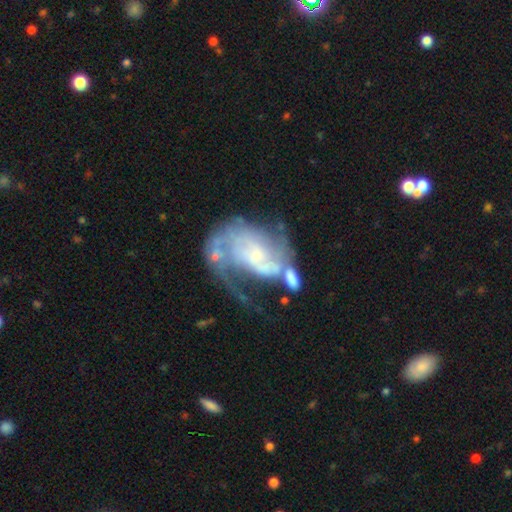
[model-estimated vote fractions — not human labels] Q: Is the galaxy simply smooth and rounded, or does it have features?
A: featured or disk — 82%.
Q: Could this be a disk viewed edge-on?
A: no — 98%.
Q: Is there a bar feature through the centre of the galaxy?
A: no — 59%.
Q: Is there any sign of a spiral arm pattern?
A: yes — 88%.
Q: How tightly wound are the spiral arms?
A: medium — 40%.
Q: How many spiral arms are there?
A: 2 — 45%.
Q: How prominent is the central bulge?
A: small — 52%.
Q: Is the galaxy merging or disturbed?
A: major disturbance — 37%.